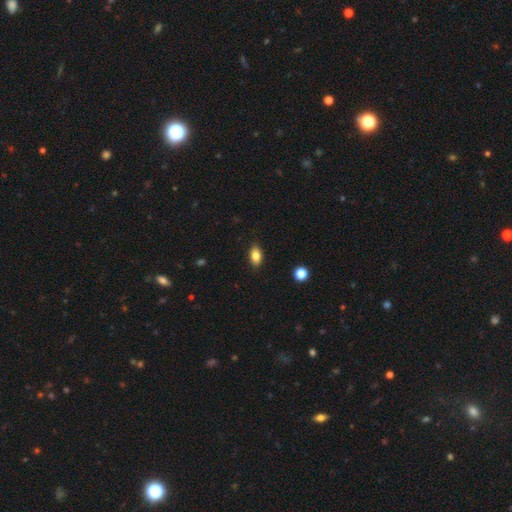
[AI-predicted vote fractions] A smooth galaxy with no disk features (84%) that is in between round and cigar-shaped (89%).

Vote fractions:
- Smooth or featured? smooth: 84% / star or artifact: 9% / featured or disk: 8%
- How rounded? in between: 89% / round: 9% / cigar-shaped: 3%
- Merging? none: 87% / minor disturbance: 10% / major disturbance: 2% / merger: 1%